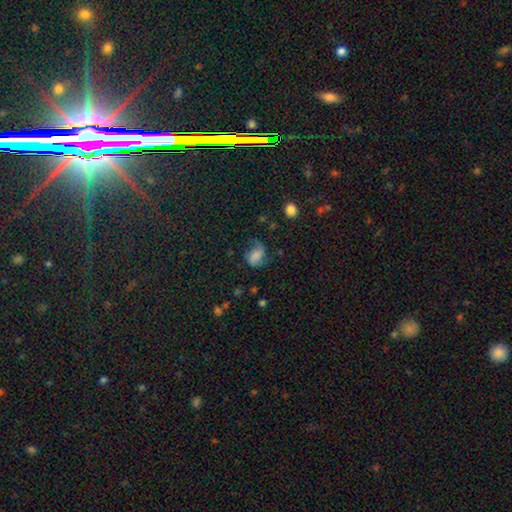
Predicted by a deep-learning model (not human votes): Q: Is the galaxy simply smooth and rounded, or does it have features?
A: smooth — 58%.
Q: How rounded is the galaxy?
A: in between — 72%.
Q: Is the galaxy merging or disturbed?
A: none — 48%.